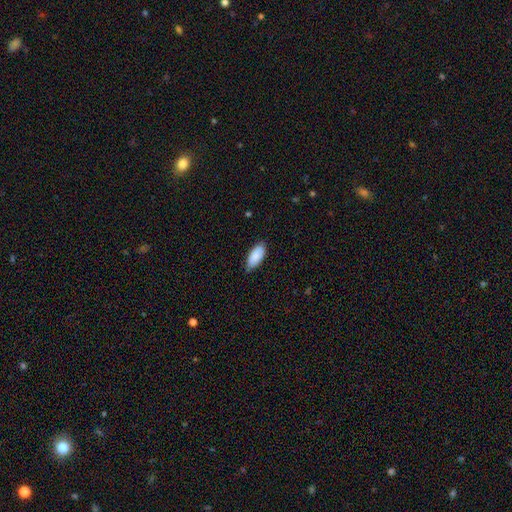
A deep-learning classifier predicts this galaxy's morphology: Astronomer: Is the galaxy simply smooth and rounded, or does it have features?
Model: smooth — 87%.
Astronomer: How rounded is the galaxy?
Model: in between — 90%.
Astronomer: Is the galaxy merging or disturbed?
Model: none — 76%.